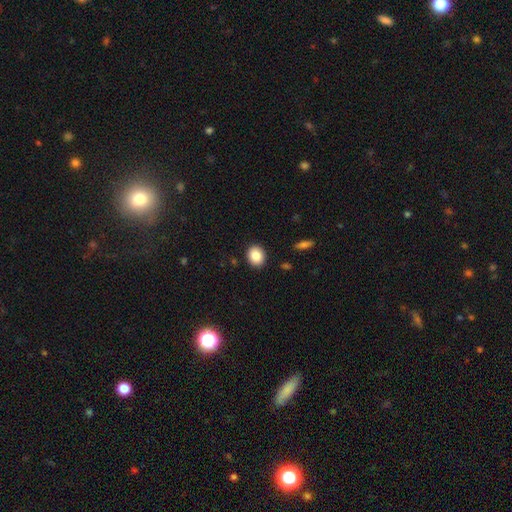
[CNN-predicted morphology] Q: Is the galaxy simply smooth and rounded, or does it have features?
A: smooth — 87%.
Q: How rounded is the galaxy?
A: round — 59%.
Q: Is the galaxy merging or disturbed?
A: none — 90%.